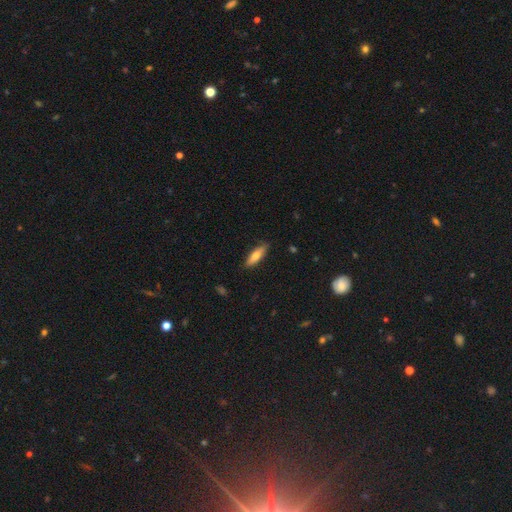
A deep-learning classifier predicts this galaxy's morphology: Smooth or featured?
  - smooth: 70% *
  - featured or disk: 24%
  - star or artifact: 6%
How rounded?
  - cigar-shaped: 59% *
  - in between: 40%
  - round: 2%
Merging?
  - none: 85% *
  - minor disturbance: 12%
  - major disturbance: 2%
  - merger: 1%